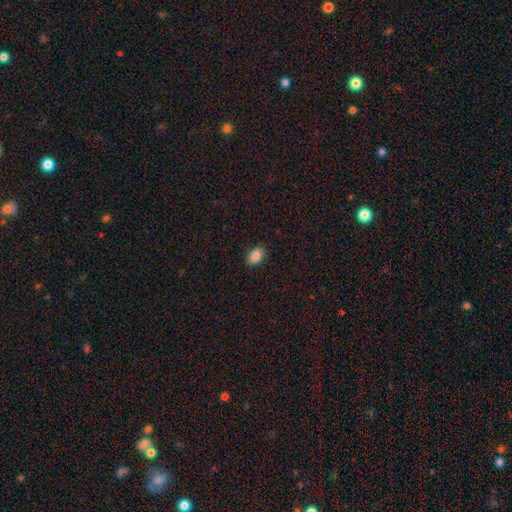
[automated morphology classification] smooth-or-featured: smooth: 84% | star or artifact: 8% | featured or disk: 8%
  how-rounded: in between: 85% | round: 13% | cigar-shaped: 1%
  merging: none: 87% | minor disturbance: 10% | major disturbance: 2% | merger: 1%